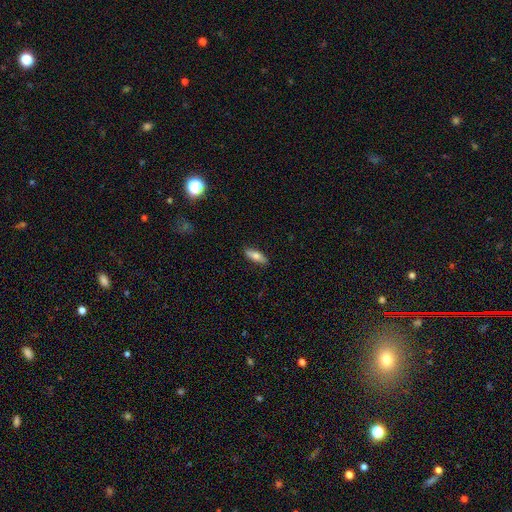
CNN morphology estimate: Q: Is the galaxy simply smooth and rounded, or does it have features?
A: smooth — 74%.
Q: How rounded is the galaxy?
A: in between — 64%.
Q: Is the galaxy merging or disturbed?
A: none — 88%.